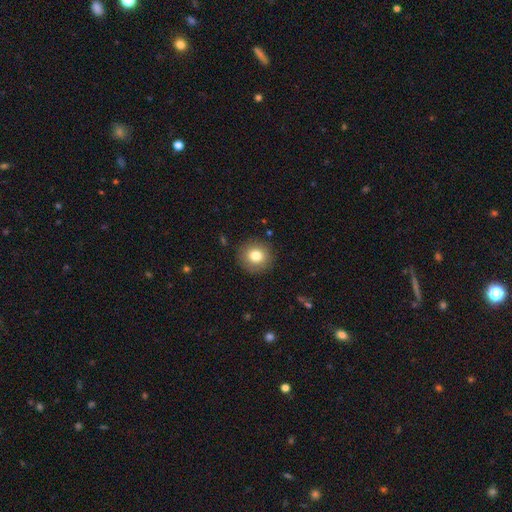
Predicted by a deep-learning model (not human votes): Q: Smooth or featured?
A: smooth (80%); runner-up: star or artifact (10%)
Q: How rounded?
A: round (92%); runner-up: in between (7%)
Q: Merging?
A: none (90%); runner-up: minor disturbance (7%)